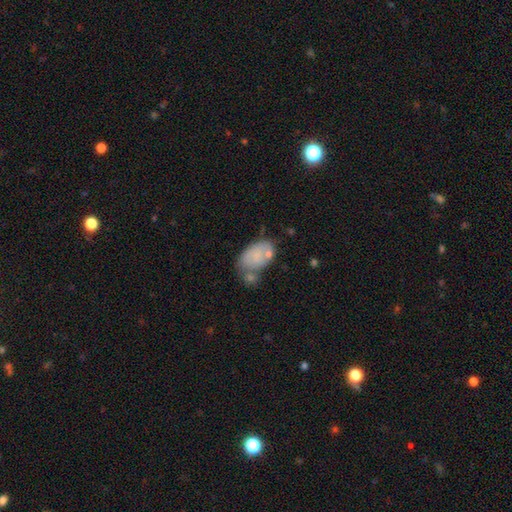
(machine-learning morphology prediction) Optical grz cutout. It shows a smooth galaxy with no disk features (66%) that is in between round and cigar-shaped (91%). Merging: none (33%).